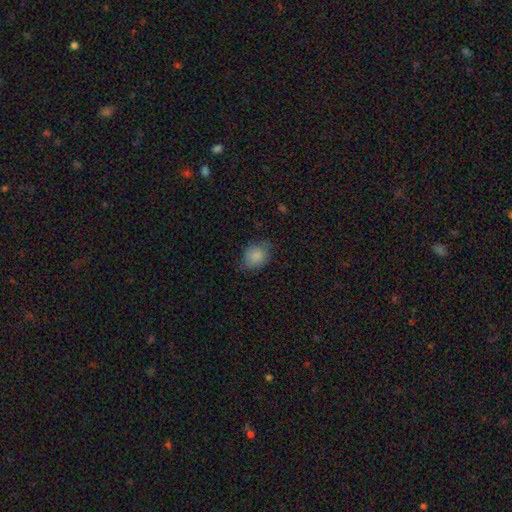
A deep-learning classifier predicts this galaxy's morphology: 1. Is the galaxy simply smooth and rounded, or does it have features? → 83% smooth, 8% star or artifact, 8% featured or disk.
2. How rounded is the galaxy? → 56% round, 43% in between, 1% cigar-shaped.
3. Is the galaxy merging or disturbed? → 67% none, 26% minor disturbance, 6% major disturbance, 1% merger.